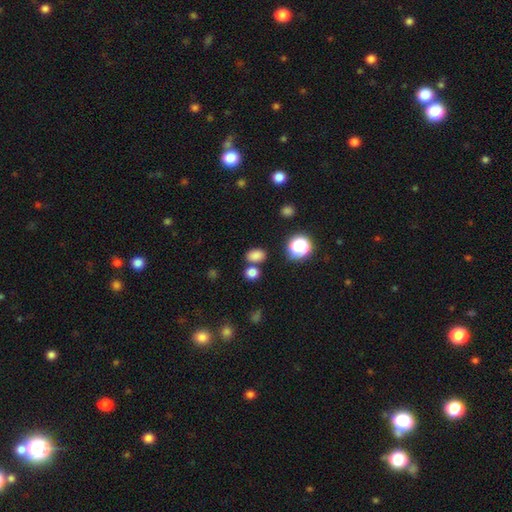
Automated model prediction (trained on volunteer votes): Overall: smooth (80%). How rounded: in between (73%). Merging: none (69%).